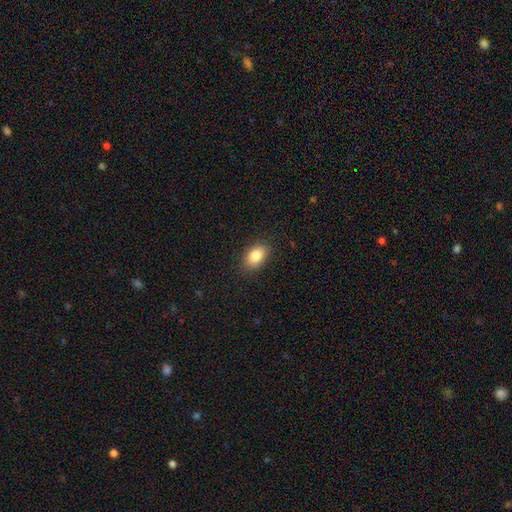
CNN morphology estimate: type=smooth (84%); roundness=in between (86%); merging=none (86%).